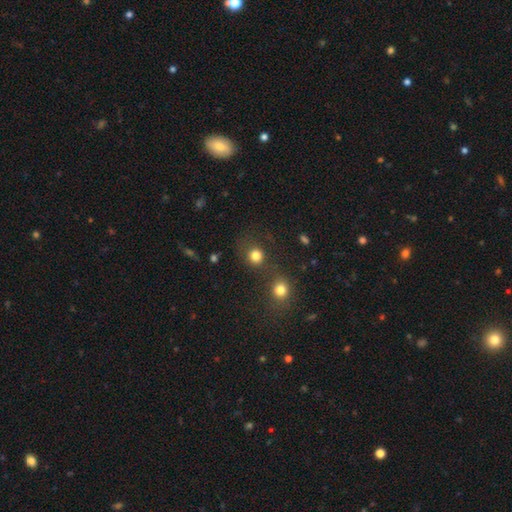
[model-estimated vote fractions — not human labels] This appears to be a smooth galaxy with no disk features (80%) that is round (87%). Merging: none (65%).